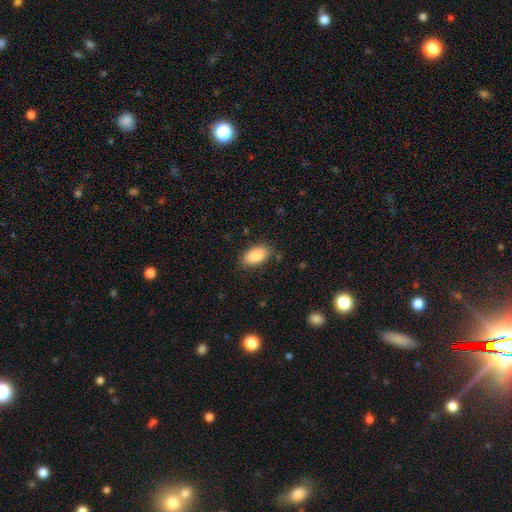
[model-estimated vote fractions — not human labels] This appears to be a smooth galaxy with no disk features (88%) that is in between round and cigar-shaped (94%). Merging: none (84%).